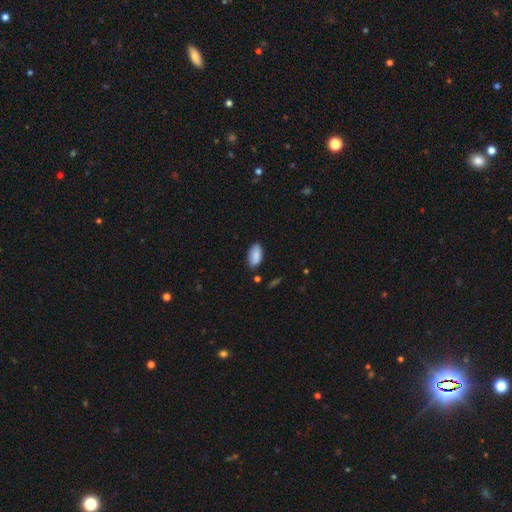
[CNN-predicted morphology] A smooth galaxy with no disk features (86%) that is in between round and cigar-shaped (94%). Merging: none (80%).